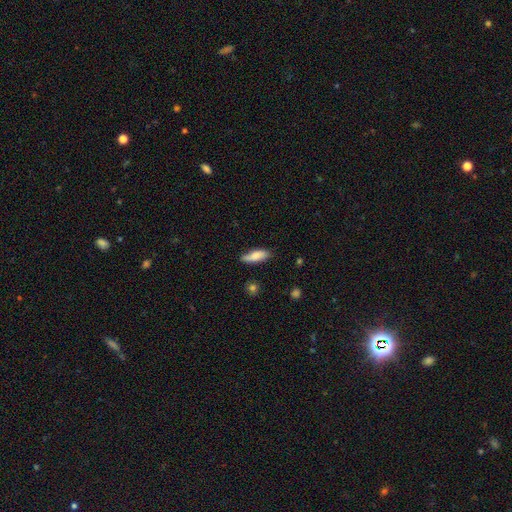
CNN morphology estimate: The model was most divided on "how rounded": in between: 57%, cigar-shaped: 41%, round: 2%. More confident: smooth or featured — smooth (77%); merging — none (69%).